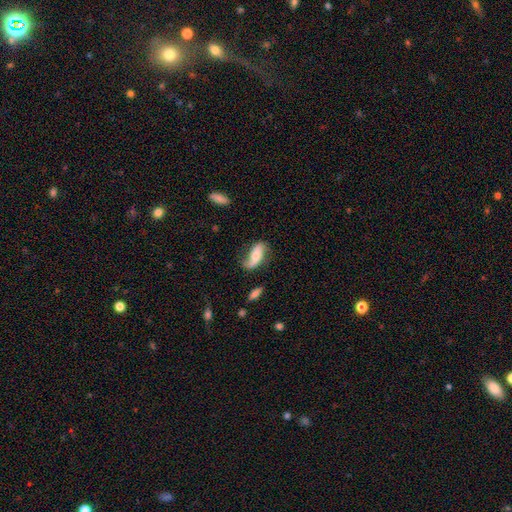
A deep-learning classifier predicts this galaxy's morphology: Q: Smooth or featured?
A: featured or disk (49%); runner-up: smooth (43%)
Q: Merging?
A: none (54%); runner-up: minor disturbance (29%)